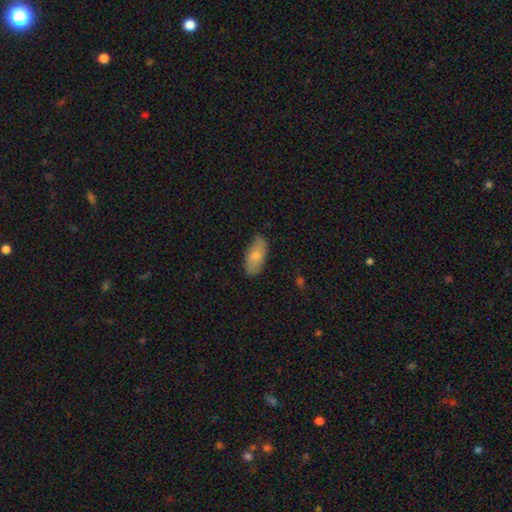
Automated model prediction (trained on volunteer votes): Q: Smooth or featured?
A: smooth (73%); runner-up: featured or disk (21%)
Q: How rounded?
A: in between (92%); runner-up: cigar-shaped (5%)
Q: Merging?
A: none (76%); runner-up: minor disturbance (19%)